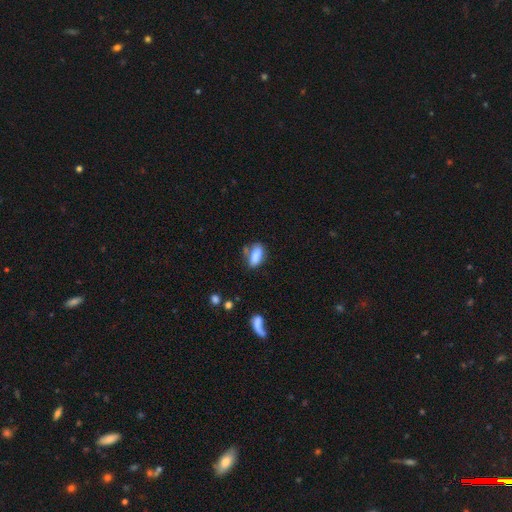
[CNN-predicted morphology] Smooth or featured? smooth (84%)
How rounded? in between (84%)
Merging? none (59%)